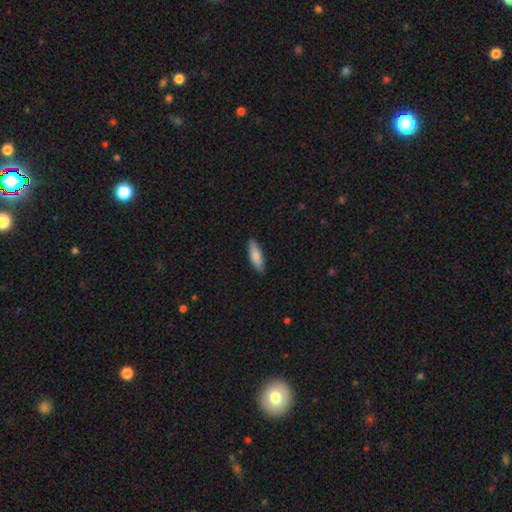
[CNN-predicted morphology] Smooth or featured: smooth — 82% (featured or disk — 13%)
How rounded: cigar-shaped — 51% (in between — 48%)
Merging: none — 87% (minor disturbance — 11%)